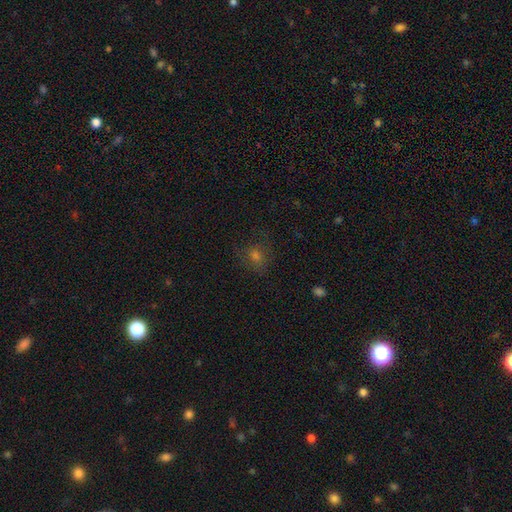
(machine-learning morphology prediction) A smooth galaxy with no disk features (58%) that is round (63%).

Vote fractions:
- Smooth or featured? smooth: 58% / star or artifact: 26% / featured or disk: 16%
- How rounded? round: 63% / in between: 35% / cigar-shaped: 2%
- Merging? none: 71% / minor disturbance: 17% / major disturbance: 11% / merger: 2%